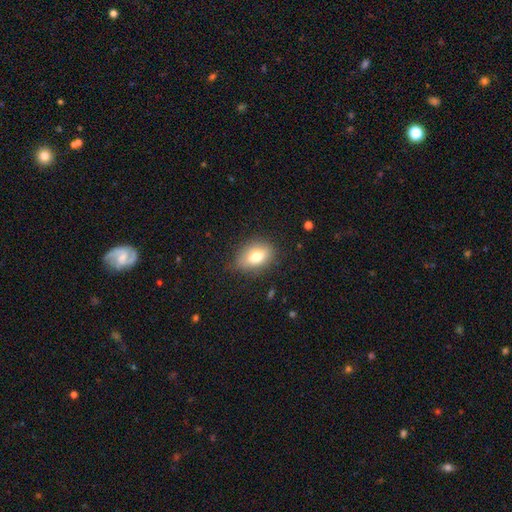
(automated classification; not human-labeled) Smooth or featured? Predicted: smooth (p=0.74). How rounded? Predicted: in between (p=0.77). Merging? Predicted: none (p=0.80).